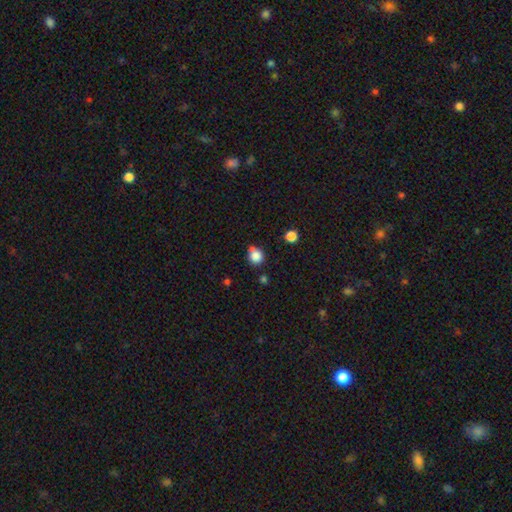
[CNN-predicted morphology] A smooth galaxy with no disk features (83%) that is round (84%). Merging: none (61%).